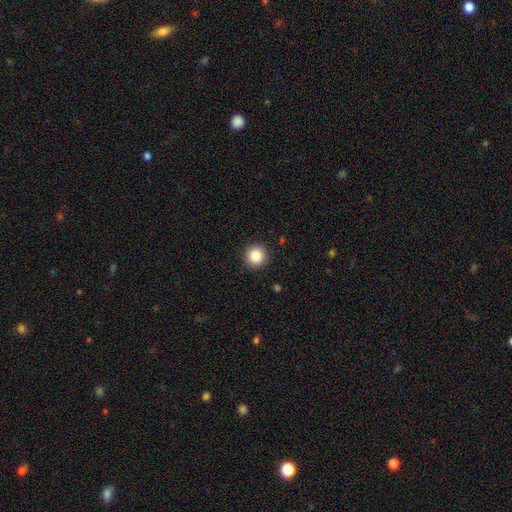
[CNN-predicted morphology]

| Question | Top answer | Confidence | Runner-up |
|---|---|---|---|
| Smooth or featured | smooth | 87% | star or artifact (9%) |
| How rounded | round | 95% | in between (4%) |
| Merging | none | 92% | minor disturbance (5%) |